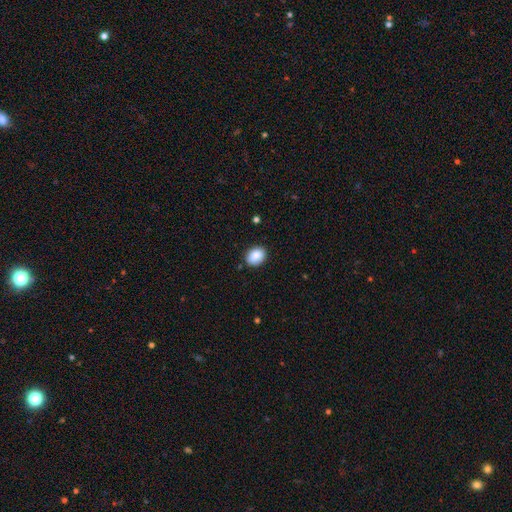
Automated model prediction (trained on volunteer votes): Smooth or featured? smooth (88%)
How rounded? in between (65%)
Merging? none (85%)